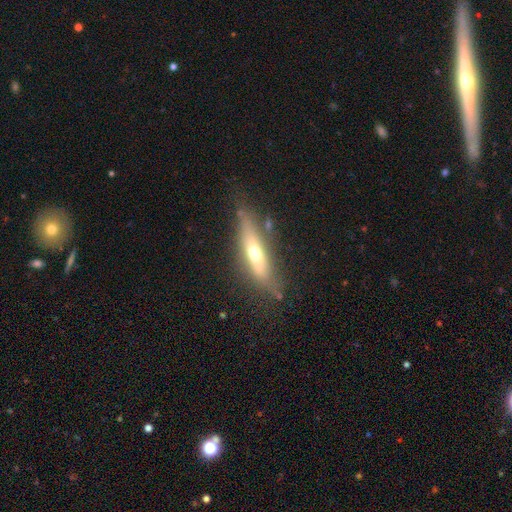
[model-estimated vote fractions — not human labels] A featured or disk galaxy (60%) viewed edge-on (82%).

Vote fractions:
- Smooth or featured? featured or disk: 60% / smooth: 32% / star or artifact: 8%
- Edge-on disk? yes: 82% / no: 18%
- Merging? none: 68% / minor disturbance: 22% / major disturbance: 7% / merger: 3%